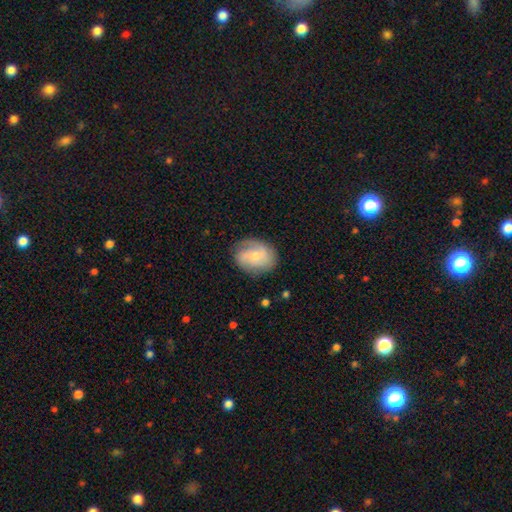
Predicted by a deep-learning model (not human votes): Smooth or featured? featured or disk (56%)
Edge-on disk? no (97%)
Bar? no (61%)
Spiral arms? yes (87%)
Bulge size? small (54%)
Merging? none (77%)